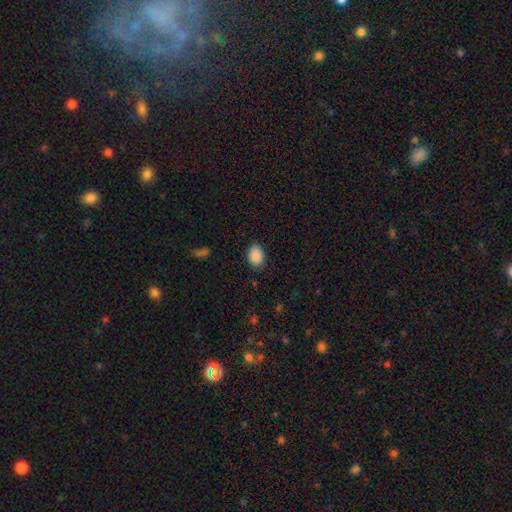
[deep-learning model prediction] A smooth galaxy with no disk features (87%) that is in between round and cigar-shaped (75%).

Vote fractions:
- Smooth or featured? smooth: 87% / star or artifact: 8% / featured or disk: 5%
- How rounded? in between: 75% / round: 24% / cigar-shaped: 1%
- Merging? none: 83% / minor disturbance: 14% / major disturbance: 3% / merger: 1%